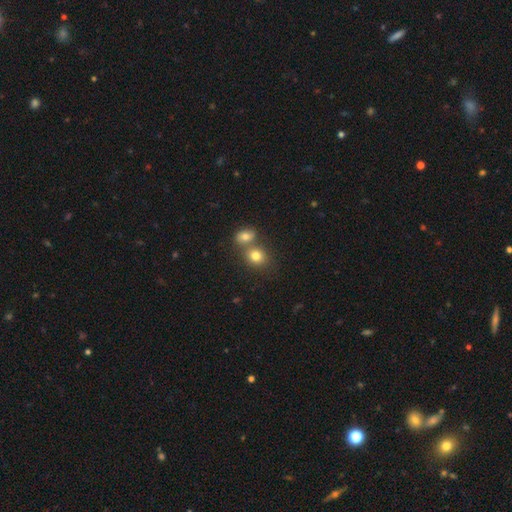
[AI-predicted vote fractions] This is likely a smooth galaxy (79%). How rounded: likely round (65%). Merging: possibly none (48%).